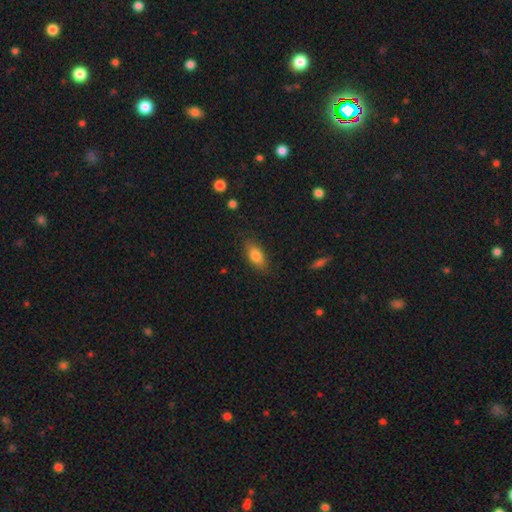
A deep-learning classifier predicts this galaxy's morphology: smooth 78%, featured or disk 15%, star or artifact 8%. Down the decision tree: how rounded — in between (80%); merging — none (83%).